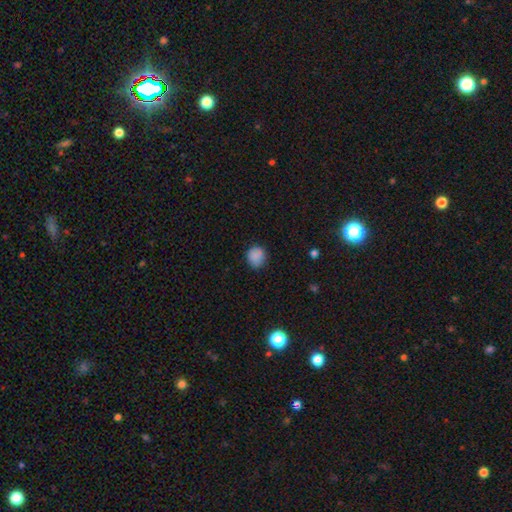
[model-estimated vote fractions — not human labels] smooth-or-featured: smooth: 87% | star or artifact: 10% | featured or disk: 3%
  how-rounded: round: 81% | in between: 18% | cigar-shaped: 1%
  merging: none: 83% | minor disturbance: 13% | major disturbance: 3% | merger: 1%